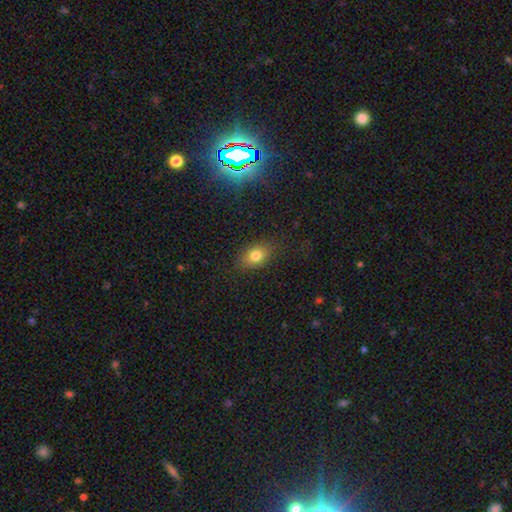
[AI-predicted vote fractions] Smooth or featured? Predicted: smooth (p=0.78). How rounded? Predicted: in between (p=0.74). Merging? Predicted: none (p=0.81).